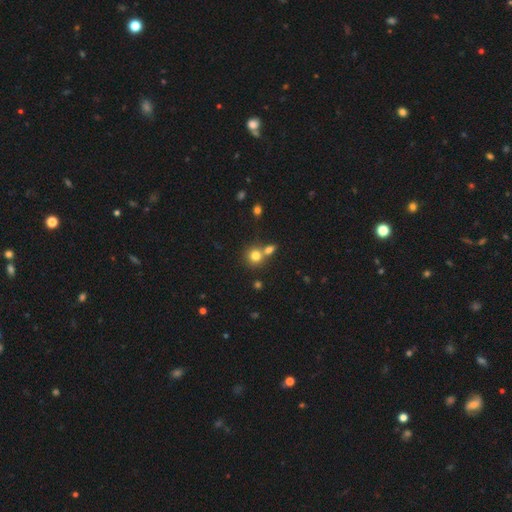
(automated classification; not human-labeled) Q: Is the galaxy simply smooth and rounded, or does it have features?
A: smooth — 78%.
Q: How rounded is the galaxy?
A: round — 86%.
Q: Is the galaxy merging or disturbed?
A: none — 50%.